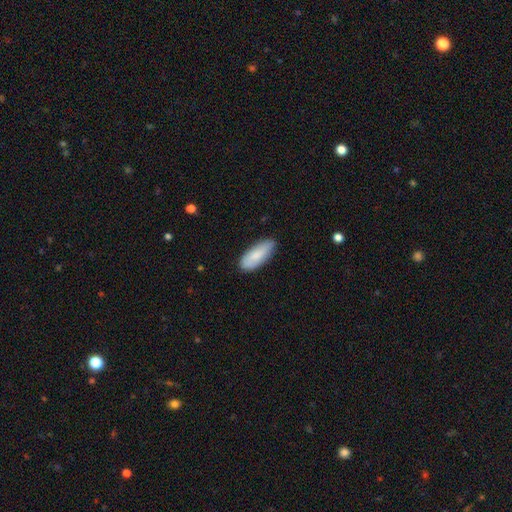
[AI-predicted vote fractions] smooth-or-featured: smooth: 81% | featured or disk: 13% | star or artifact: 5%
  how-rounded: in between: 81% | cigar-shaped: 17% | round: 2%
  merging: none: 79% | minor disturbance: 17% | major disturbance: 2% | merger: 1%